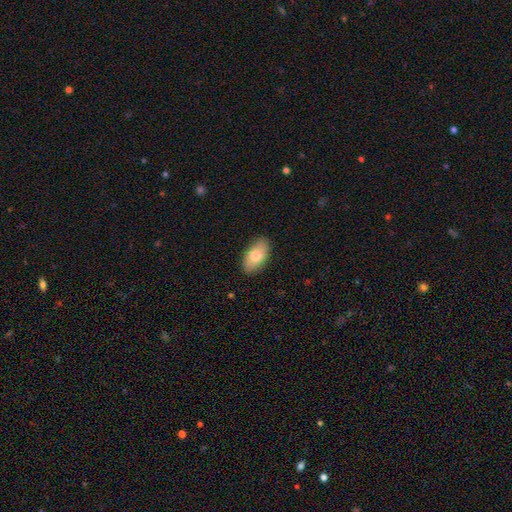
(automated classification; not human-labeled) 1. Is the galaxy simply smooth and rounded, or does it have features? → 78% smooth, 16% featured or disk, 6% star or artifact.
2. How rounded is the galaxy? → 94% in between, 3% round, 3% cigar-shaped.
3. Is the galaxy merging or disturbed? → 86% none, 11% minor disturbance, 2% major disturbance, 1% merger.